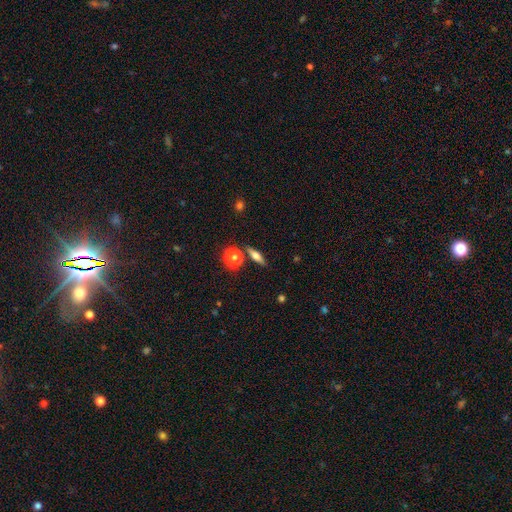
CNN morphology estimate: Smooth or featured: smooth — 48% (featured or disk — 41%)
Merging: none — 83% (minor disturbance — 9%)